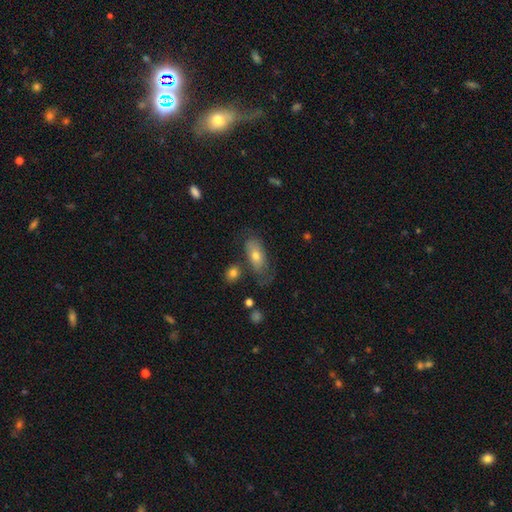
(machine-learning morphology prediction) This appears to be a smooth galaxy with no disk features (63%) that is in between round and cigar-shaped (84%). Merging: none (57%).